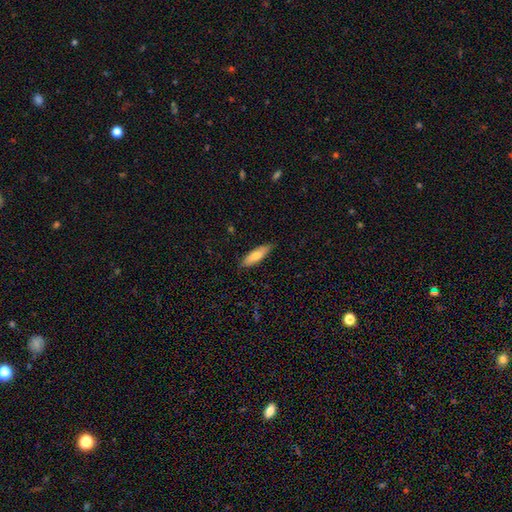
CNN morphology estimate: Overall: smooth (75%). How rounded: cigar-shaped (53%; in between 45%). Merging: none (84%).